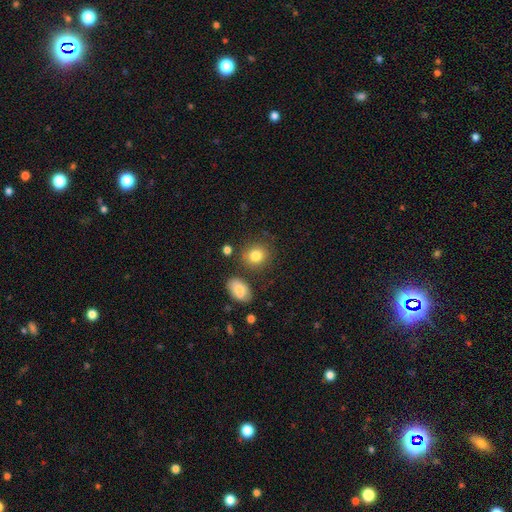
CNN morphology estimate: Smooth or featured: smooth — 82% (star or artifact — 10%)
How rounded: round — 72% (in between — 27%)
Merging: none — 79% (minor disturbance — 11%)